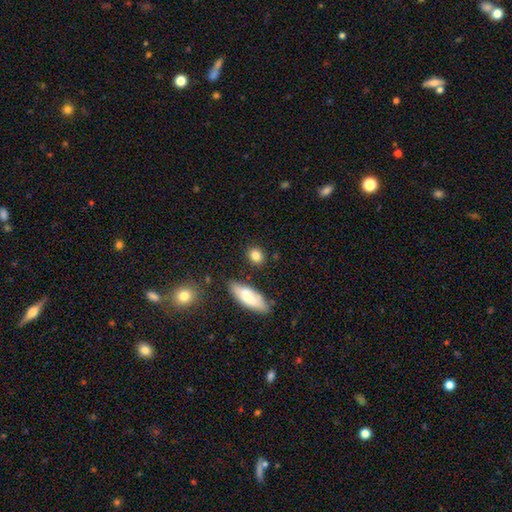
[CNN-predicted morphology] The model was most divided on "how rounded": round: 61%, in between: 34%, cigar-shaped: 5%. More confident: smooth or featured — smooth (83%); merging — none (82%).